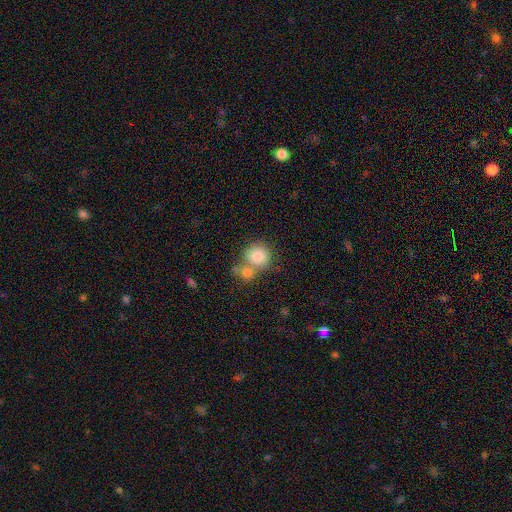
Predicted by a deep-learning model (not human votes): smooth_or_featured: smooth (p=0.82) [alt: star or artifact p=0.09]
how_rounded: round (p=0.88) [alt: in between p=0.11]
merging: none (p=0.50) [alt: merger p=0.36]